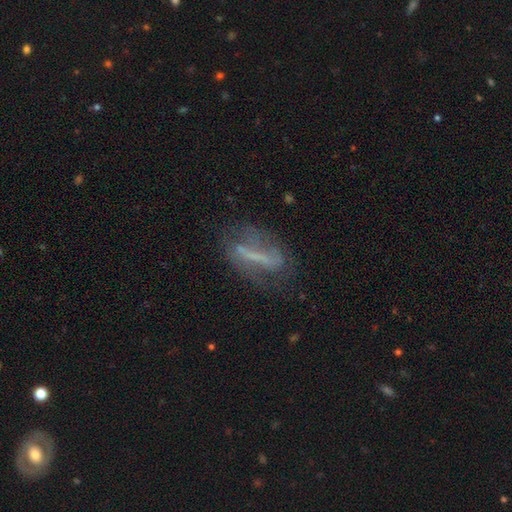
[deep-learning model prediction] A featured or disk galaxy (63%). Merging: none (61%).